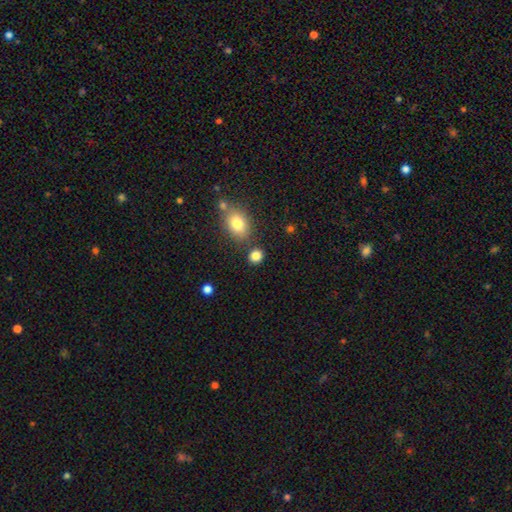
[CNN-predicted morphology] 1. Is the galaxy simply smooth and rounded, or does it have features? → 84% smooth, 11% star or artifact, 5% featured or disk.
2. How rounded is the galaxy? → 68% round, 31% in between, 1% cigar-shaped.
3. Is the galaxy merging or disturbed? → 78% none, 10% minor disturbance, 9% merger, 3% major disturbance.